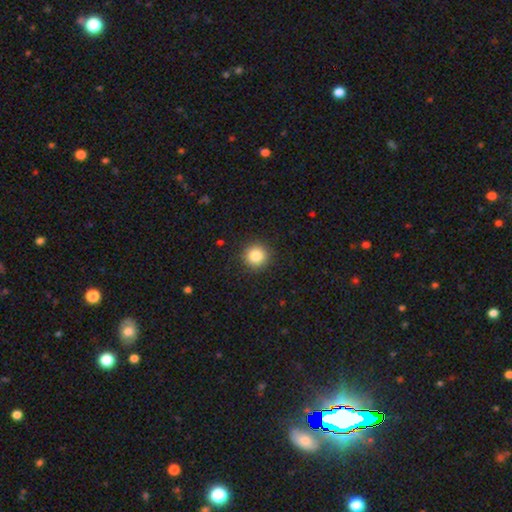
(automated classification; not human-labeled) smooth 84%, star or artifact 10%, featured or disk 5%. Down the decision tree: how rounded — round (94%); merging — none (92%).